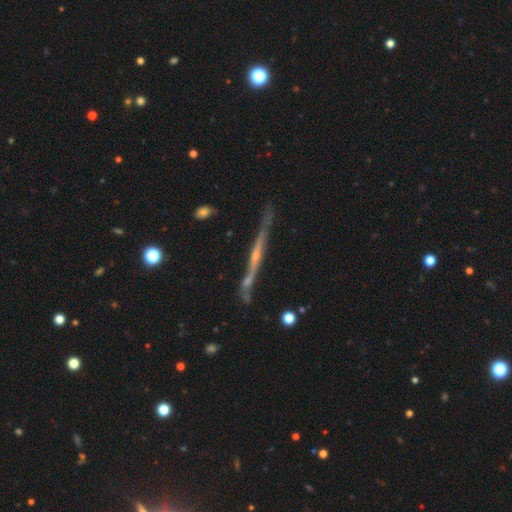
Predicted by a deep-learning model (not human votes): Smooth or featured? Predicted: featured or disk (p=0.81). Edge-on disk? Predicted: yes (p=0.96). Edge-on bulge? Predicted: rounded (p=0.64). Merging? Predicted: none (p=0.70).